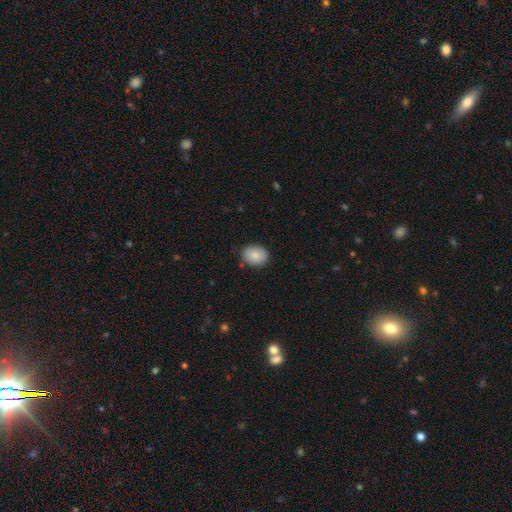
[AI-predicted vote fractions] Q: Smooth or featured?
A: smooth (85%); runner-up: star or artifact (8%)
Q: How rounded?
A: in between (52%); runner-up: round (47%)
Q: Merging?
A: none (85%); runner-up: minor disturbance (12%)